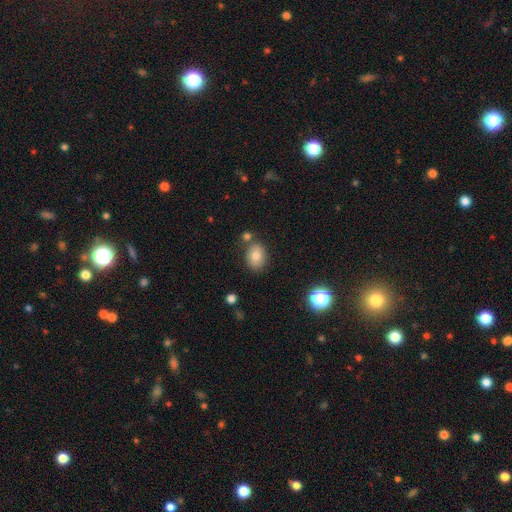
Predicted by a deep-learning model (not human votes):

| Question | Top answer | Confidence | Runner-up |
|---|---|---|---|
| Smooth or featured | smooth | 77% | featured or disk (12%) |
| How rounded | in between | 68% | round (31%) |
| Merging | none | 73% | minor disturbance (13%) |